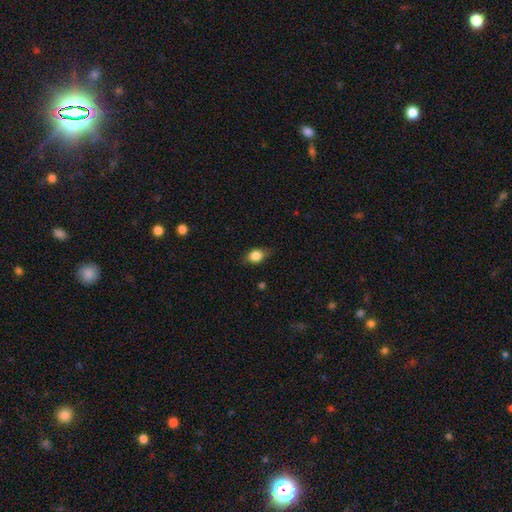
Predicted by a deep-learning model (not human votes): smooth-or-featured: smooth: 82% | featured or disk: 9% | star or artifact: 9%
  how-rounded: in between: 62% | round: 35% | cigar-shaped: 3%
  merging: none: 74% | minor disturbance: 21% | major disturbance: 4% | merger: 1%